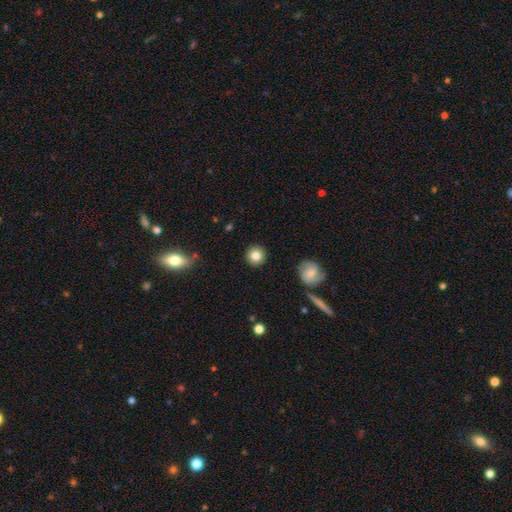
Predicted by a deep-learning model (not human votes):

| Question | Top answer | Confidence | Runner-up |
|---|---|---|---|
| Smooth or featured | smooth | 83% | star or artifact (9%) |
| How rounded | round | 94% | in between (5%) |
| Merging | none | 91% | minor disturbance (6%) |